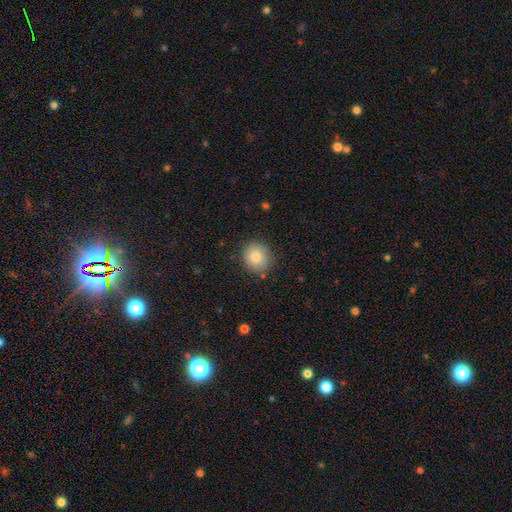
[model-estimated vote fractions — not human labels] Smooth or featured: smooth — 81% (featured or disk — 10%)
How rounded: round — 83% (in between — 16%)
Merging: none — 86% (minor disturbance — 10%)